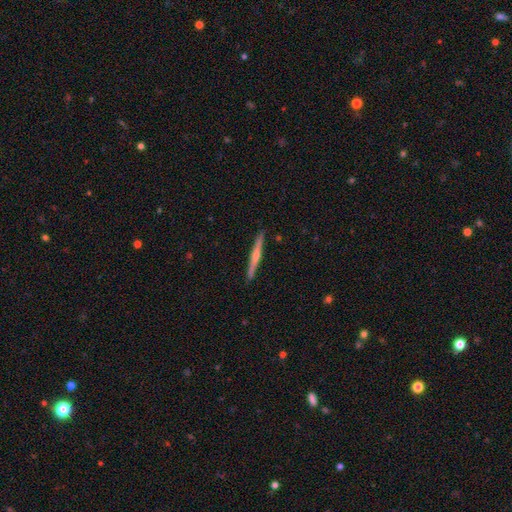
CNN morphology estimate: smooth-or-featured: featured or disk: 64% | smooth: 27% | star or artifact: 8%
  disk-edge-on: yes: 97% | no: 3%
    edge-on-bulge: rounded: 71% | none: 21% | boxy: 7%
  merging: none: 90% | minor disturbance: 7% | major disturbance: 2% | merger: 1%